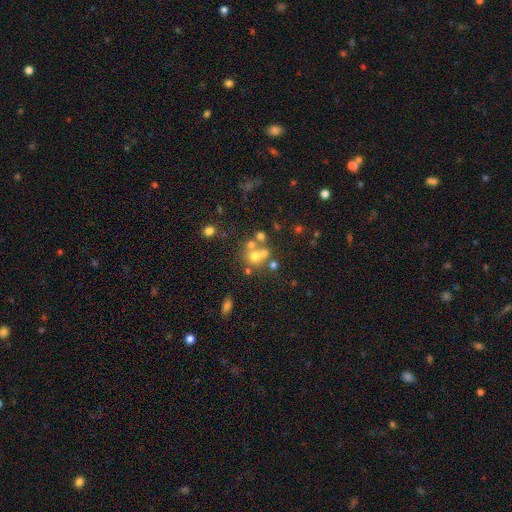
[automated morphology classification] Overall: smooth (56%; featured or disk 25%). How rounded: round (85%). Merging: none (46%; merger 40%).